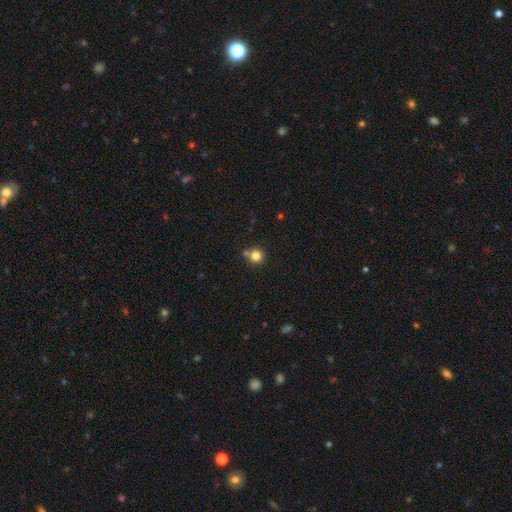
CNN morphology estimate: Smooth or featured? smooth (82%)
How rounded? round (94%)
Merging? none (72%)